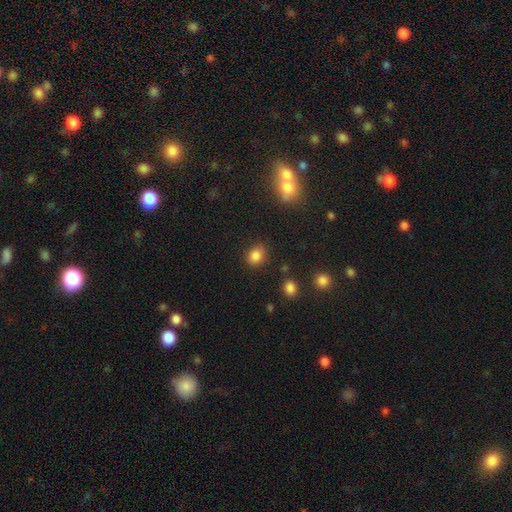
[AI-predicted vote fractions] This is clearly a smooth galaxy (84%). How rounded: likely round (67%). Merging: clearly none (83%).